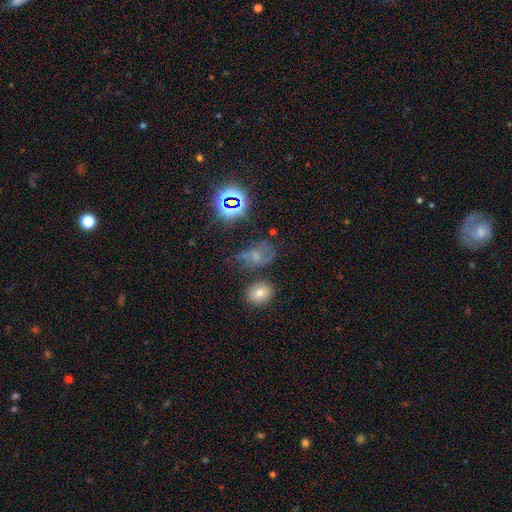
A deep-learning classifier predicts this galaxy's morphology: Smooth or featured: smooth — 35% (featured or disk — 33%)
Merging: none — 50% (minor disturbance — 23%)